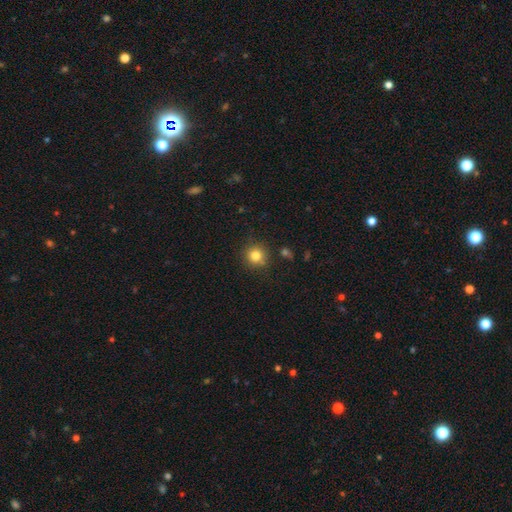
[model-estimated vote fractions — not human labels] Smooth or featured? Predicted: smooth (p=0.81). How rounded? Predicted: round (p=0.93). Merging? Predicted: none (p=0.85).